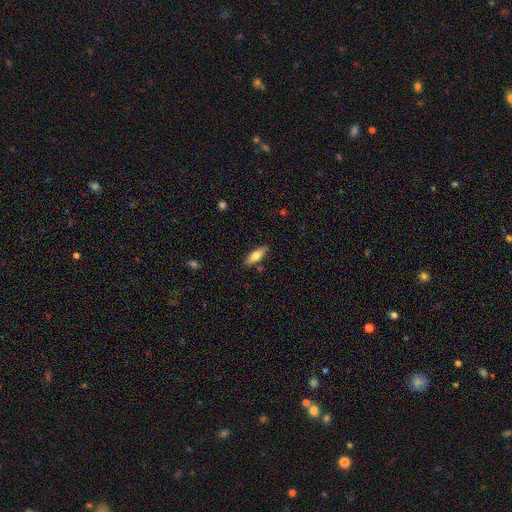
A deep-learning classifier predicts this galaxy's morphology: Smooth or featured?
  - smooth: 68% *
  - featured or disk: 25%
  - star or artifact: 6%
How rounded?
  - in between: 58% *
  - cigar-shaped: 40%
  - round: 2%
Merging?
  - none: 84% *
  - minor disturbance: 11%
  - merger: 3%
  - major disturbance: 2%